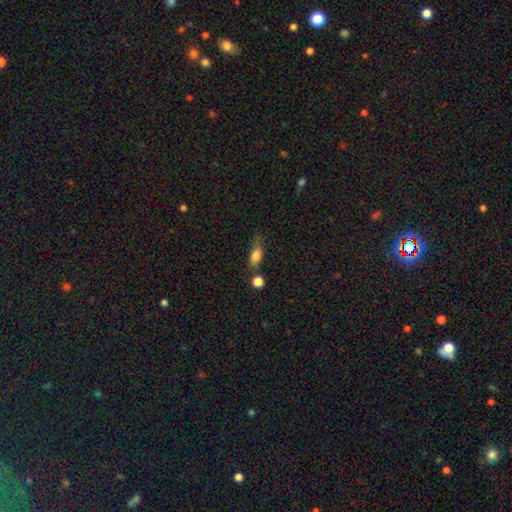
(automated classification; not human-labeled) A smooth galaxy with no disk features (78%) that is in between round and cigar-shaped (74%). Merging: none (46%).